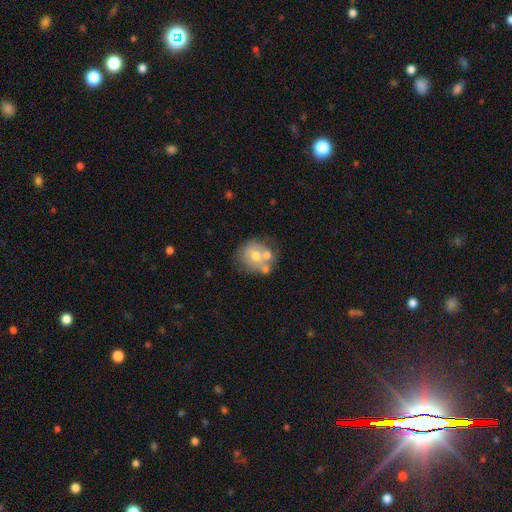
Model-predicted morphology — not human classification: Smooth or featured: smooth — 50% (featured or disk — 42%)
Merging: none — 41% (merger — 36%)